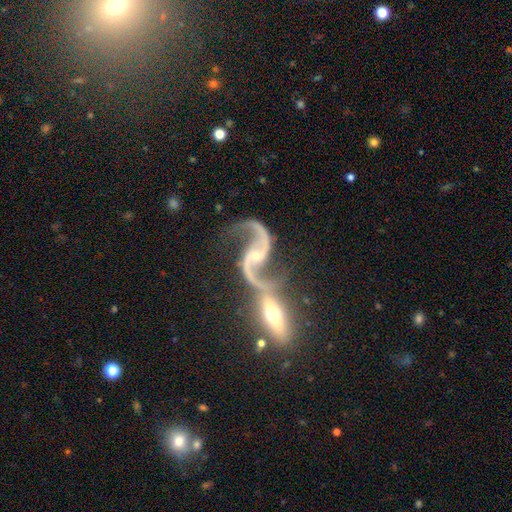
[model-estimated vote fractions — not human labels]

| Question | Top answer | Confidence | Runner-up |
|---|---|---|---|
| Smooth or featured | featured or disk | 92% | star or artifact (5%) |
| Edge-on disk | no | 96% | yes (4%) |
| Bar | no | 46% | weak (36%) |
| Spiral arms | yes | 97% | no (3%) |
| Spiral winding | loose | 78% | medium (18%) |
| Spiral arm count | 2 | 94% | 1 (2%) |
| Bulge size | small | 66% | moderate (27%) |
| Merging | none | 40% | merger (36%) |